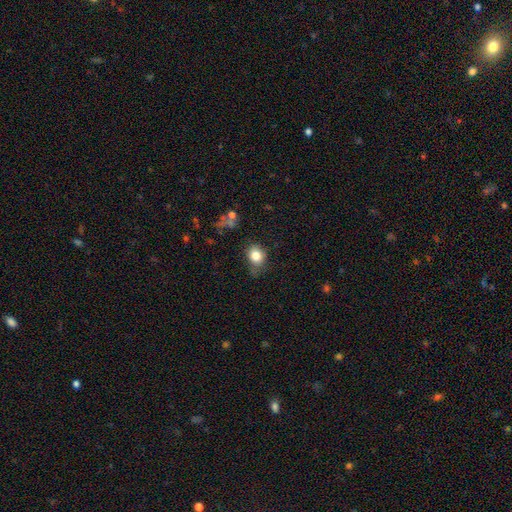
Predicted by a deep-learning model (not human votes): This appears to be a smooth galaxy with no disk features (82%) that is round (56%). Merging: none (58%).